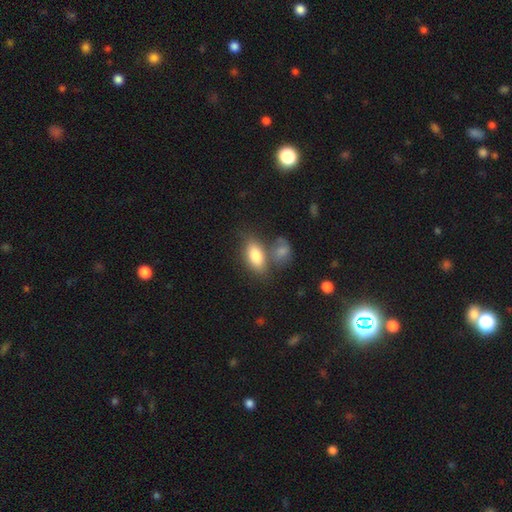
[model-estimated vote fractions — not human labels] smooth-or-featured: smooth: 80% | featured or disk: 13% | star or artifact: 7%
  how-rounded: in between: 88% | cigar-shaped: 7% | round: 5%
  merging: none: 54% | merger: 27% | minor disturbance: 13% | major disturbance: 5%